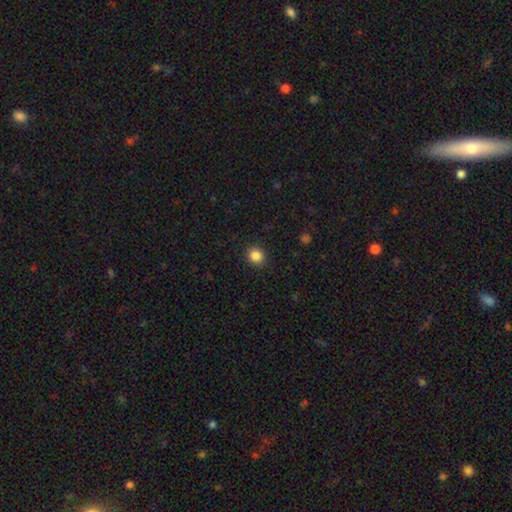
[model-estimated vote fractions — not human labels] This is clearly a smooth galaxy (86%). How rounded: clearly round (85%). Merging: clearly none (91%).